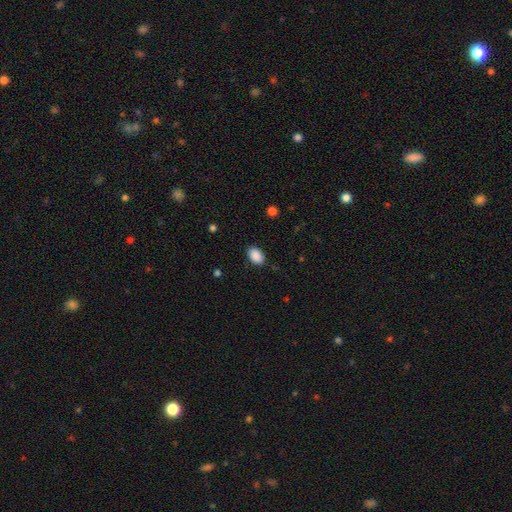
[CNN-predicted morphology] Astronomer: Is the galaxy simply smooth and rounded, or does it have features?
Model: smooth — 90%.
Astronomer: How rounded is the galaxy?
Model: in between — 88%.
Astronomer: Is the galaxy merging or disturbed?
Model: none — 87%.